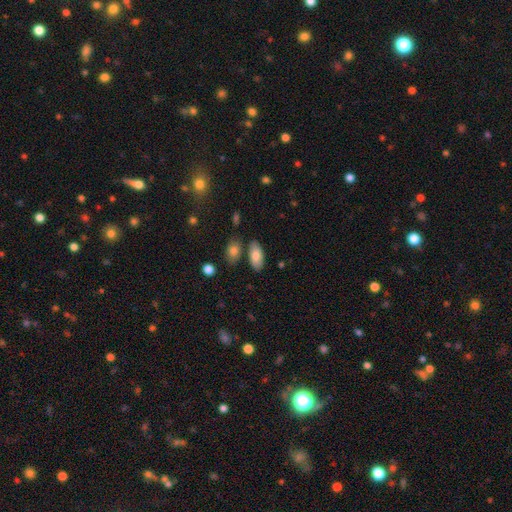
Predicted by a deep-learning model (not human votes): smooth_or_featured: smooth (p=0.80) [alt: featured or disk p=0.13]
how_rounded: in between (p=0.91) [alt: cigar-shaped p=0.06]
merging: none (p=0.77) [alt: minor disturbance p=0.11]